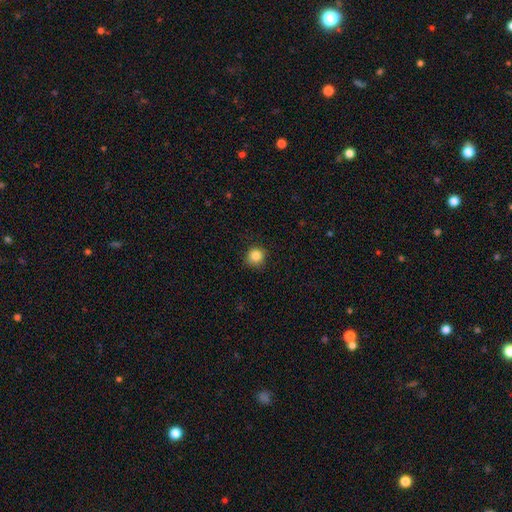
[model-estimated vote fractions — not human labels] Overall: smooth (85%). How rounded: round (93%). Merging: none (89%).